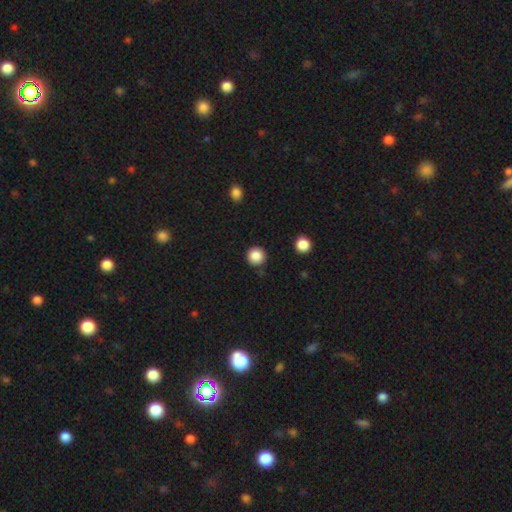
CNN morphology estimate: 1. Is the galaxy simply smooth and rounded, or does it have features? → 87% smooth, 10% star or artifact, 3% featured or disk.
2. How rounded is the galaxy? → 96% round, 3% in between, 1% cigar-shaped.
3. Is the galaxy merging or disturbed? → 89% none, 7% minor disturbance, 2% major disturbance, 2% merger.